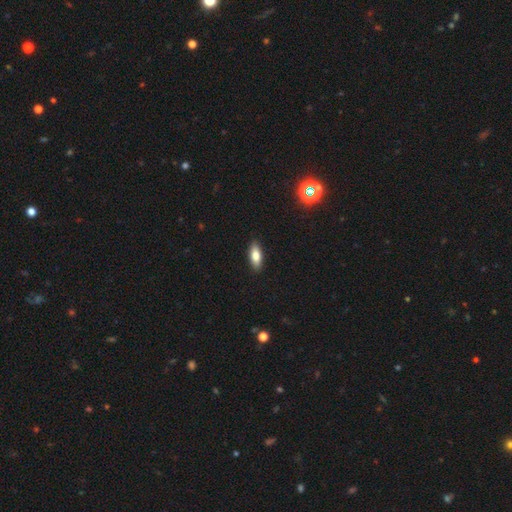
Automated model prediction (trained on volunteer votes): A smooth galaxy with no disk features (78%) that is in between round and cigar-shaped (75%).

Vote fractions:
- Smooth or featured? smooth: 78% / featured or disk: 15% / star or artifact: 7%
- How rounded? in between: 75% / cigar-shaped: 22% / round: 3%
- Merging? none: 90% / minor disturbance: 8% / major disturbance: 2% / merger: 1%